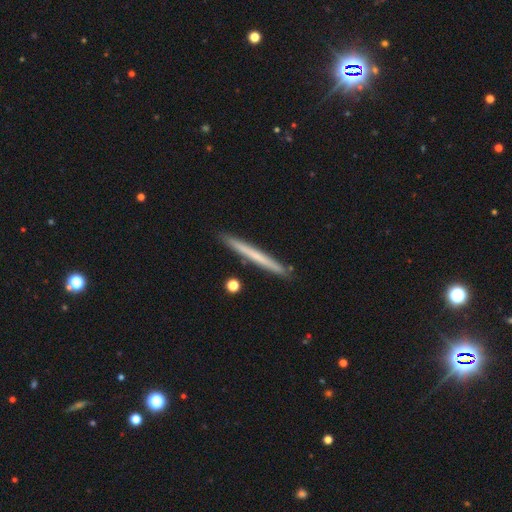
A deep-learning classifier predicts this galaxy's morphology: Smooth or featured?
  - smooth: 54% *
  - featured or disk: 40%
  - star or artifact: 6%
How rounded?
  - cigar-shaped: 97% *
  - in between: 2%
  - round: 1%
Merging?
  - none: 91% *
  - minor disturbance: 6%
  - merger: 2%
  - major disturbance: 1%